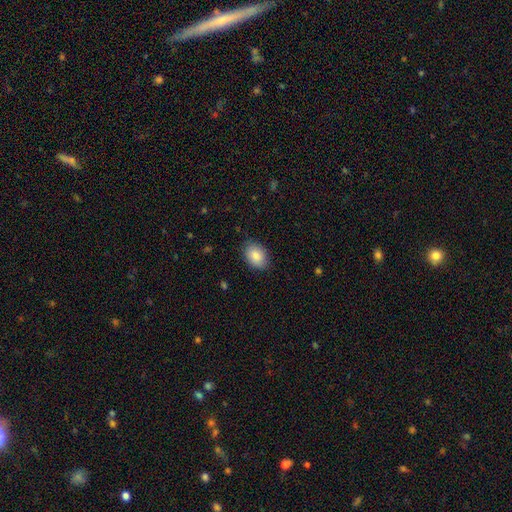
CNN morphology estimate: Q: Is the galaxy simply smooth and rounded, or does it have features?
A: smooth — 84%.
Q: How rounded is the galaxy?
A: in between — 76%.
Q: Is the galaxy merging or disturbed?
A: none — 84%.